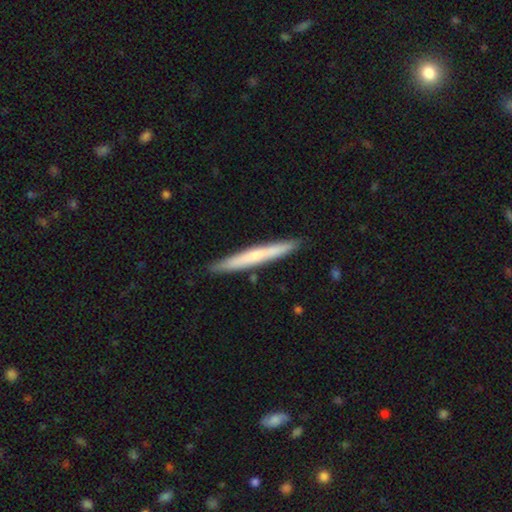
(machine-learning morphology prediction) Q: Smooth or featured?
A: smooth (55%); runner-up: featured or disk (40%)
Q: How rounded?
A: cigar-shaped (96%); runner-up: in between (2%)
Q: Merging?
A: none (90%); runner-up: minor disturbance (8%)